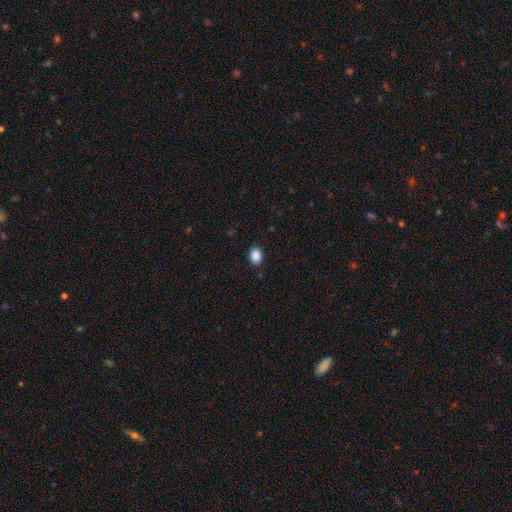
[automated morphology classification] Overall: smooth (89%). How rounded: in between (66%; round 33%). Merging: none (89%).